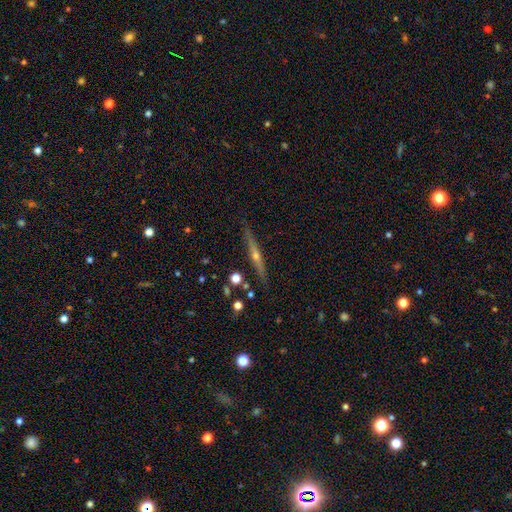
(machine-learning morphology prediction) smooth-or-featured: featured or disk: 74% | smooth: 19% | star or artifact: 7%
  disk-edge-on: yes: 97% | no: 3%
    edge-on-bulge: rounded: 83% | none: 14% | boxy: 3%
  merging: none: 89% | minor disturbance: 8% | merger: 2% | major disturbance: 2%